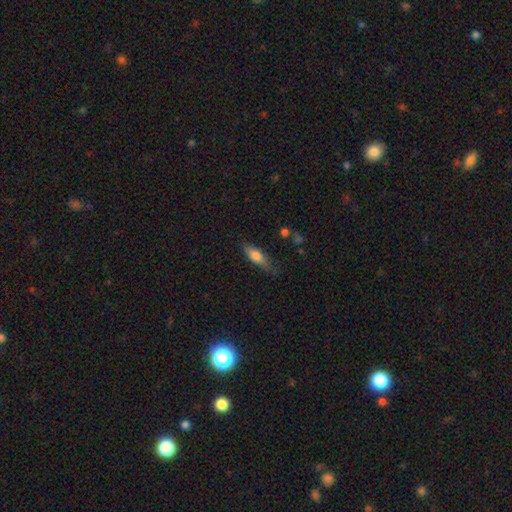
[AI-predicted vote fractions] This is likely a smooth galaxy (71%). How rounded: possibly in between (51%). Merging: likely none (70%).